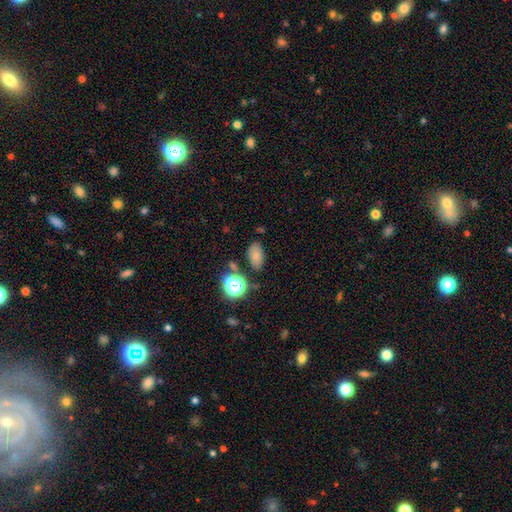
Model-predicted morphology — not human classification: Smooth or featured? smooth (72%)
How rounded? in between (88%)
Merging? none (77%)